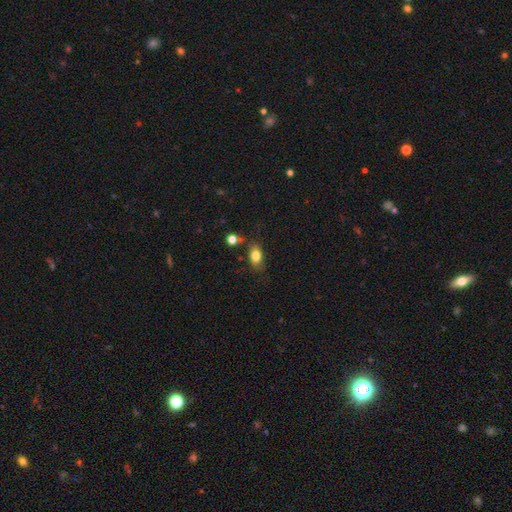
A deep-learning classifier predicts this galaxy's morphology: Q: Smooth or featured?
A: smooth (81%); runner-up: featured or disk (10%)
Q: How rounded?
A: in between (83%); runner-up: round (15%)
Q: Merging?
A: none (64%); runner-up: minor disturbance (19%)